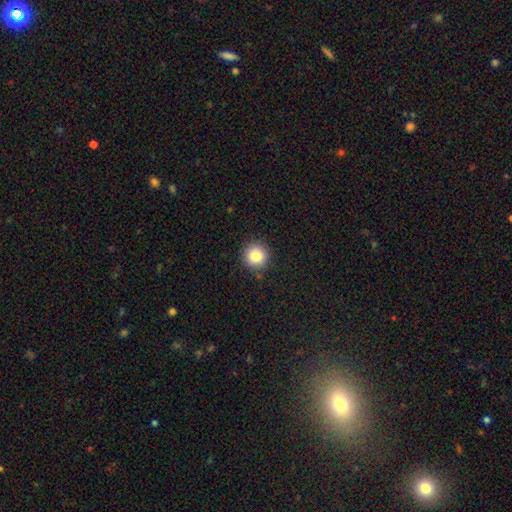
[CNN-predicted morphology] A smooth galaxy with no disk features (82%) that is round (95%).

Vote fractions:
- Smooth or featured? smooth: 82% / star or artifact: 11% / featured or disk: 7%
- How rounded? round: 95% / in between: 4% / cigar-shaped: 1%
- Merging? none: 90% / minor disturbance: 6% / major disturbance: 2% / merger: 1%